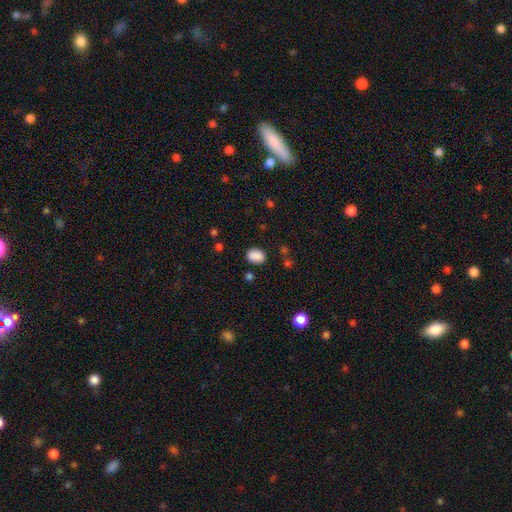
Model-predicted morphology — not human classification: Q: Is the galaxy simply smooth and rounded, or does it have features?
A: smooth — 87%.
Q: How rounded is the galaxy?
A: in between — 72%.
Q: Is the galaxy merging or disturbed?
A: none — 81%.